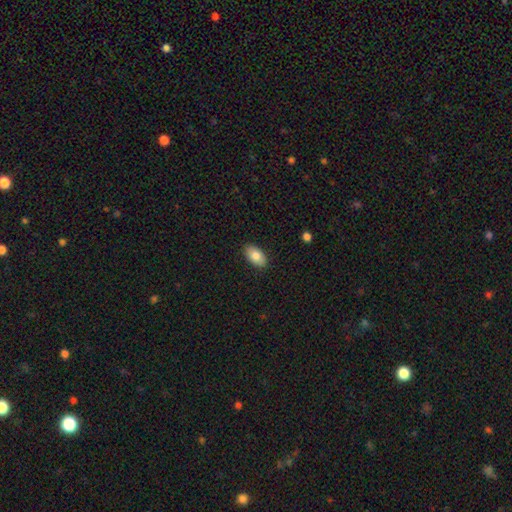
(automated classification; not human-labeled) This appears to be a smooth galaxy with no disk features (82%) that is in between round and cigar-shaped (94%). Merging: none (88%).